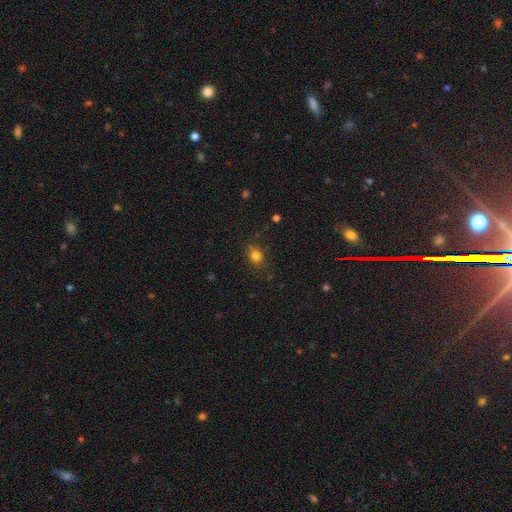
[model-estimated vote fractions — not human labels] smooth 81%, star or artifact 13%, featured or disk 7%. Down the decision tree: how rounded — round (51%); merging — none (80%).